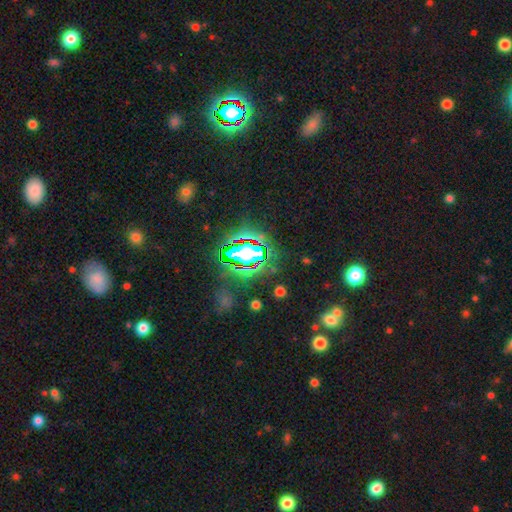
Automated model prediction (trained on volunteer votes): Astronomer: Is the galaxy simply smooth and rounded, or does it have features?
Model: star or artifact — 76%.